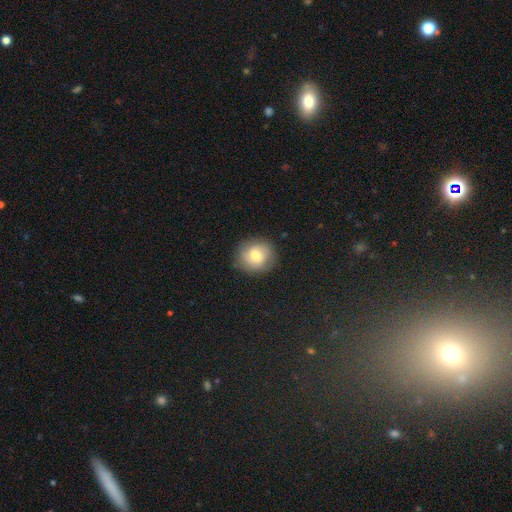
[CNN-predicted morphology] A smooth galaxy with no disk features (73%) that is round (81%). Merging: none (84%).